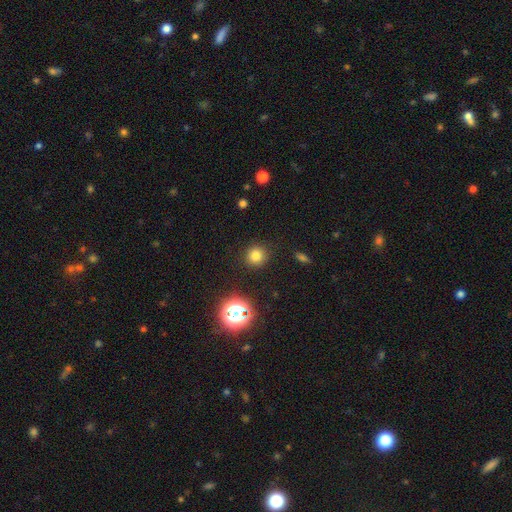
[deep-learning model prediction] smooth 78%, star or artifact 17%, featured or disk 5%. Down the decision tree: how rounded — round (92%); merging — none (90%).